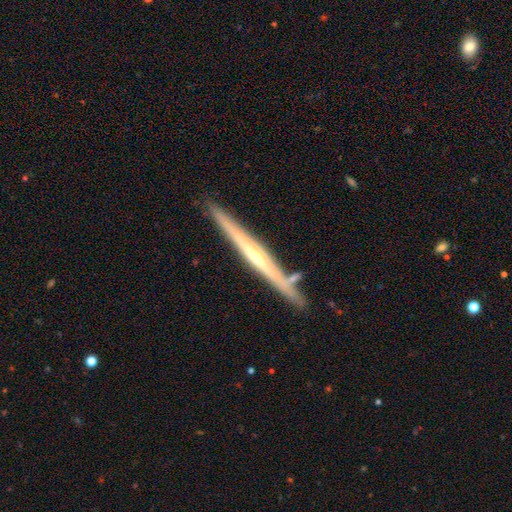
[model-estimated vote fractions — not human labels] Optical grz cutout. It shows a featured or disk galaxy (75%) viewed edge-on (96%) with a rounded central bulge (52%). Merging: none (83%).